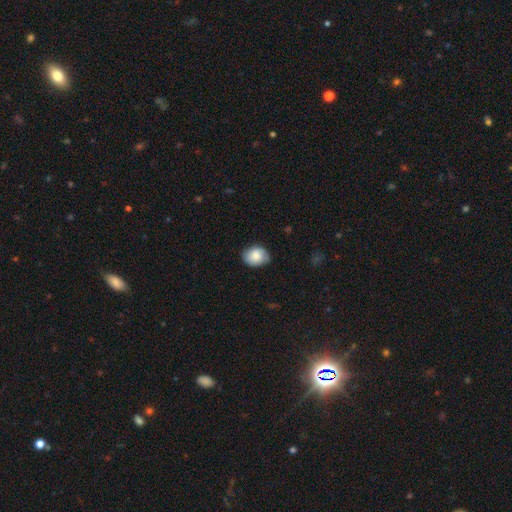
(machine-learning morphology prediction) A smooth galaxy with no disk features (76%) that is in between round and cigar-shaped (54%).

Vote fractions:
- Smooth or featured? smooth: 76% / featured or disk: 16% / star or artifact: 7%
- How rounded? in between: 54% / round: 45% / cigar-shaped: 1%
- Merging? none: 76% / minor disturbance: 19% / major disturbance: 4% / merger: 1%